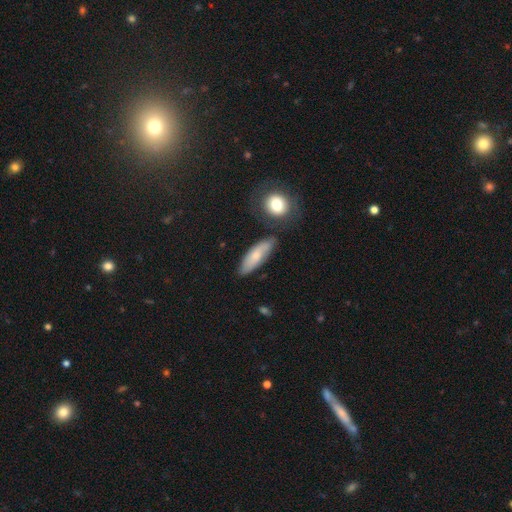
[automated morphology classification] A smooth galaxy with no disk features (67%) that is in between round and cigar-shaped (58%).

Vote fractions:
- Smooth or featured? smooth: 67% / featured or disk: 26% / star or artifact: 7%
- How rounded? in between: 58% / cigar-shaped: 39% / round: 3%
- Merging? none: 69% / minor disturbance: 19% / merger: 7% / major disturbance: 5%